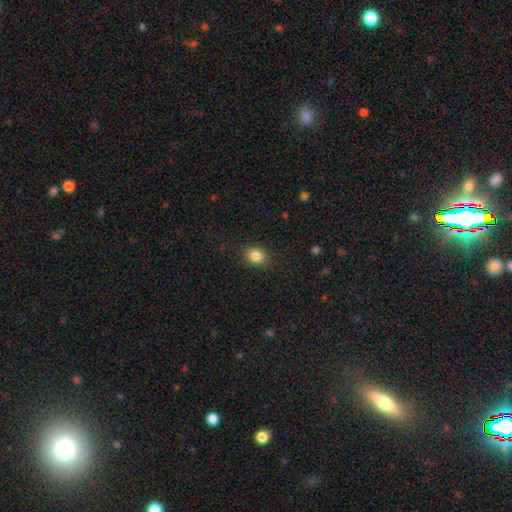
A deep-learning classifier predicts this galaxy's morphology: type=smooth (84%); roundness=round (59%); merging=none (85%).